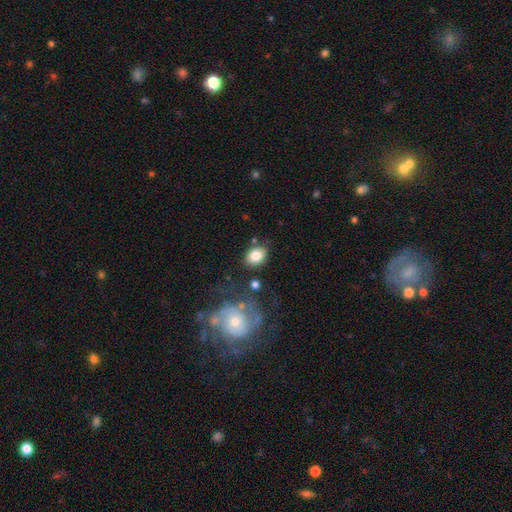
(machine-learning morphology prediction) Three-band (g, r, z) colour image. It shows a smooth galaxy with no disk features (82%) that is in between round and cigar-shaped (58%). Merging: none (74%).